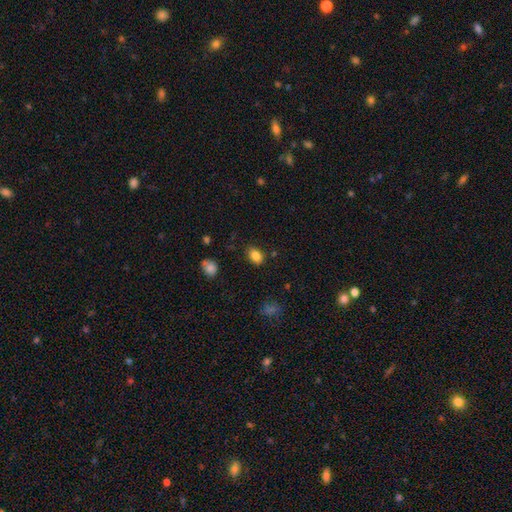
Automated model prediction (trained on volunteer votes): Smooth or featured?
  - smooth: 85% *
  - star or artifact: 10%
  - featured or disk: 5%
How rounded?
  - in between: 77% *
  - round: 22%
  - cigar-shaped: 1%
Merging?
  - none: 82% *
  - minor disturbance: 13%
  - major disturbance: 3%
  - merger: 2%